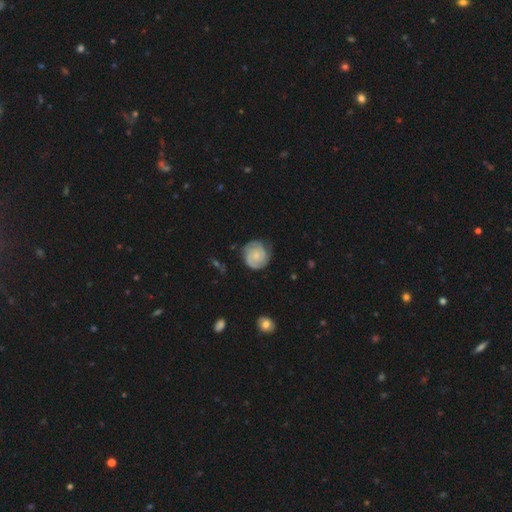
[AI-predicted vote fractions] smooth_or_featured: featured or disk (p=0.73) [alt: smooth p=0.22]
disk_edge_on: no (p=0.98) [alt: yes p=0.02]
bar: no (p=0.74) [alt: weak p=0.22]
has_spiral_arms: yes (p=0.94) [alt: no p=0.06]
spiral_winding: tight (p=0.68) [alt: medium p=0.26]
spiral_arm_count: 2 (p=0.50) [alt: can't tell p=0.20]
bulge_size: small (p=0.64) [alt: moderate p=0.22]
merging: none (p=0.74) [alt: minor disturbance p=0.19]